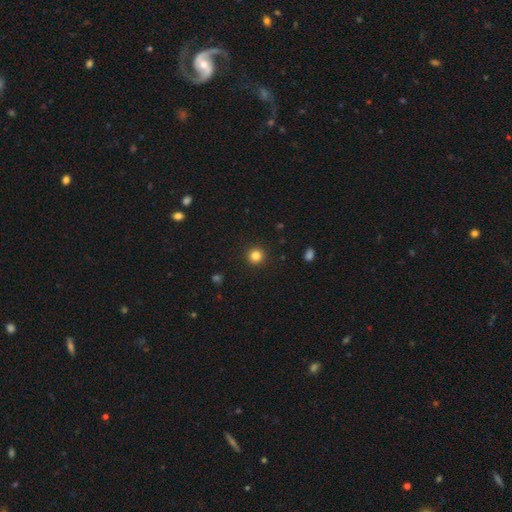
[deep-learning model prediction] Smooth or featured? smooth (83%)
How rounded? round (95%)
Merging? none (92%)